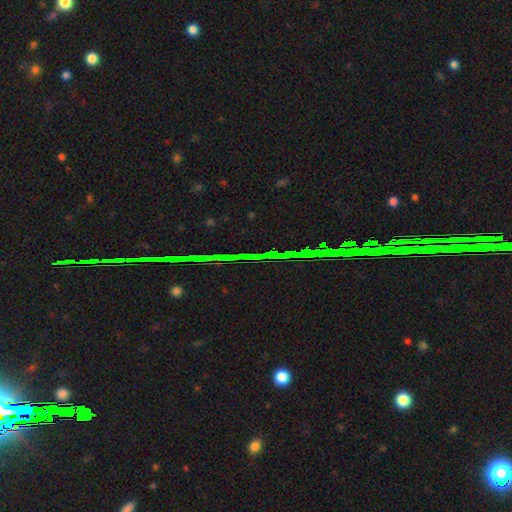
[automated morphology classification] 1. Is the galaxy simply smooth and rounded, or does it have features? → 86% star or artifact, 8% featured or disk, 6% smooth.